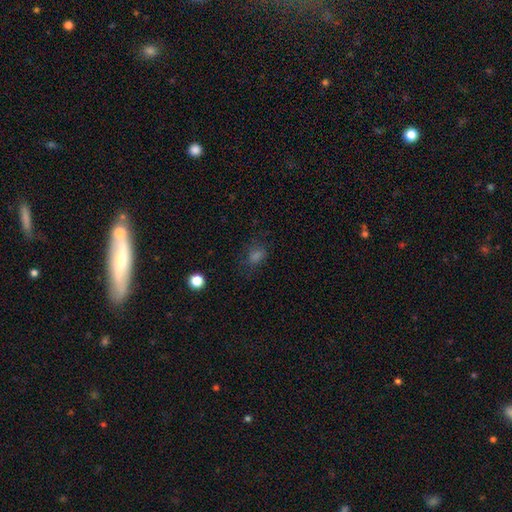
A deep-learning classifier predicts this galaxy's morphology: Overall: smooth (63%; star or artifact 25%). How rounded: in between (62%; round 36%). Merging: none (68%).